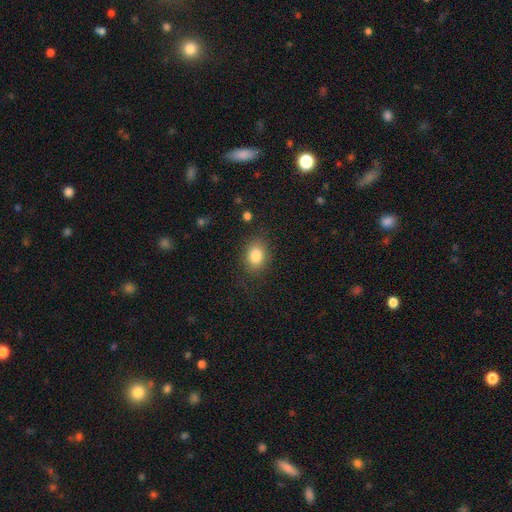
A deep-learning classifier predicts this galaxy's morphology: This appears to be a smooth galaxy with no disk features (83%) that is in between round and cigar-shaped (62%). Merging: none (80%).